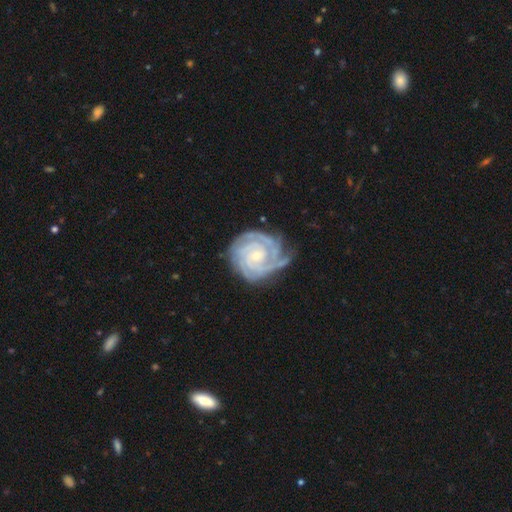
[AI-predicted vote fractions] Overall: featured or disk (92%). Edge-on disk: no (98%). Bar: no (69%). Spiral arms: yes (99%). Spiral arm count: 3 (31%; 2 24%). Spiral winding: tight (82%). Bulge size: small (73%). Merging: none (67%).